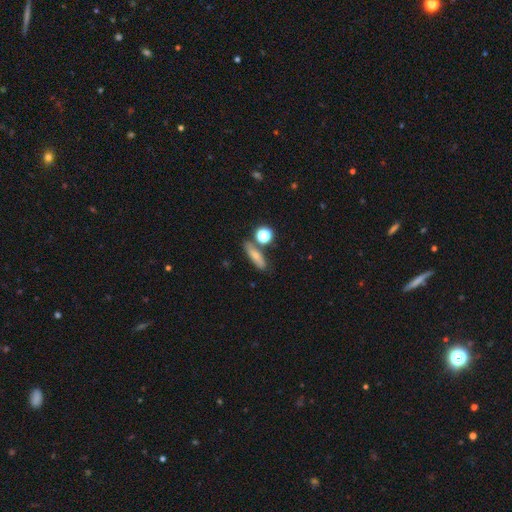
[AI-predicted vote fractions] Smooth or featured?
  - smooth: 66% *
  - featured or disk: 21%
  - star or artifact: 13%
How rounded?
  - cigar-shaped: 51% *
  - in between: 37%
  - round: 12%
Merging?
  - none: 71% *
  - minor disturbance: 14%
  - merger: 11%
  - major disturbance: 4%